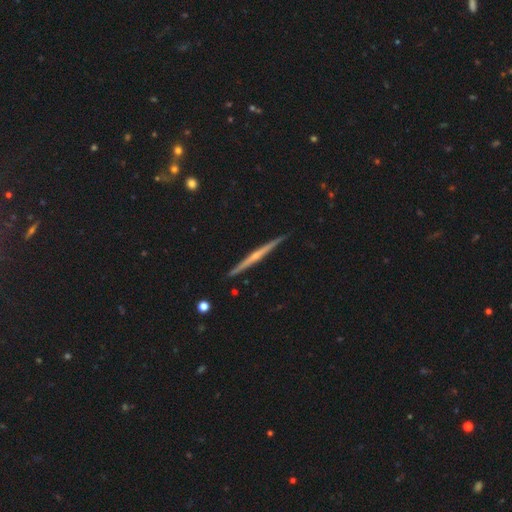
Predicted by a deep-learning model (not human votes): Morphology: type=featured or disk (78%); edge-on=yes (98%); edge-on bulge=rounded (66%); merging=none (91%).